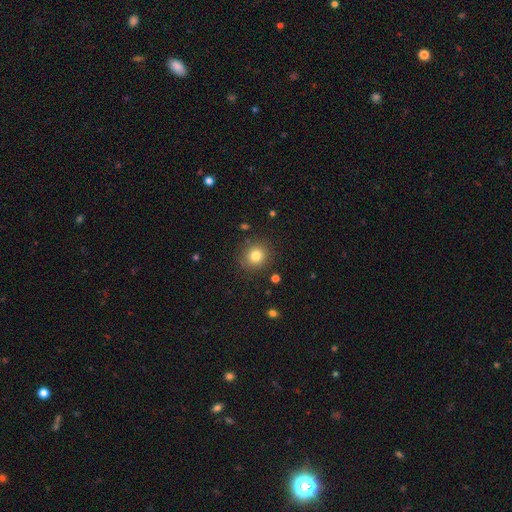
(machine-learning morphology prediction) Smooth or featured?
  - smooth: 81% *
  - star or artifact: 12%
  - featured or disk: 7%
How rounded?
  - round: 89% *
  - in between: 10%
  - cigar-shaped: 1%
Merging?
  - none: 87% *
  - minor disturbance: 8%
  - major disturbance: 3%
  - merger: 2%